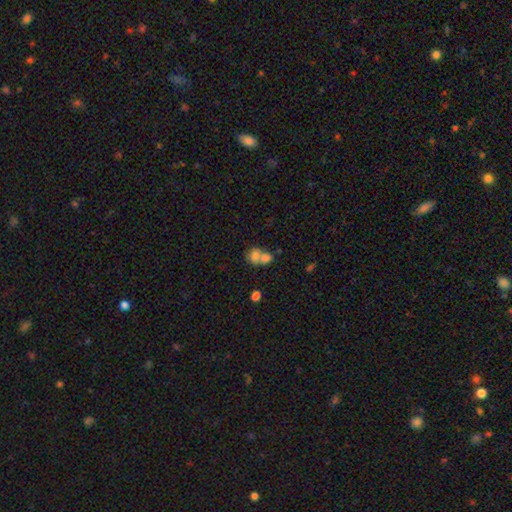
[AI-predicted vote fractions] smooth-or-featured: smooth: 73% | featured or disk: 17% | star or artifact: 10%
  how-rounded: in between: 50% | round: 49% | cigar-shaped: 1%
  merging: merger: 68% | none: 22% | minor disturbance: 7% | major disturbance: 4%